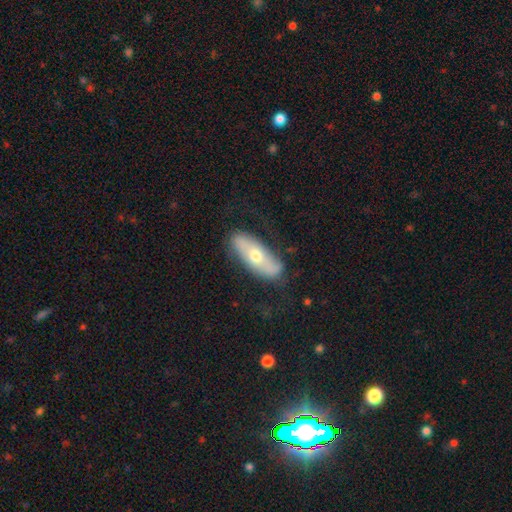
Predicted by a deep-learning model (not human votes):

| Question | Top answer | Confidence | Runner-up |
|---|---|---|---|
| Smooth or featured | smooth | 49% | featured or disk (45%) |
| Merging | none | 76% | minor disturbance (17%) |